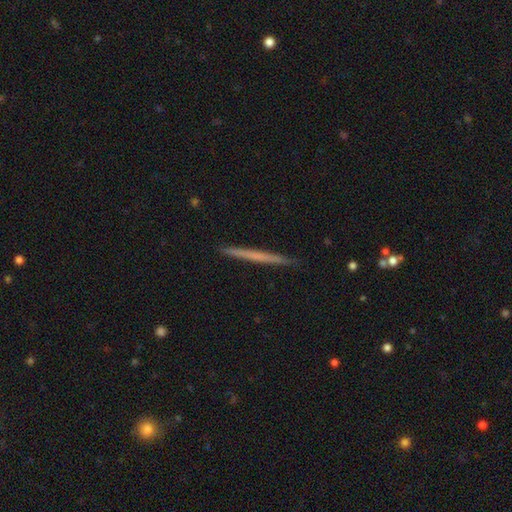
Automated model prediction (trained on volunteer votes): Q: Smooth or featured?
A: smooth (50%); runner-up: featured or disk (45%)
Q: Merging?
A: none (92%); runner-up: minor disturbance (5%)